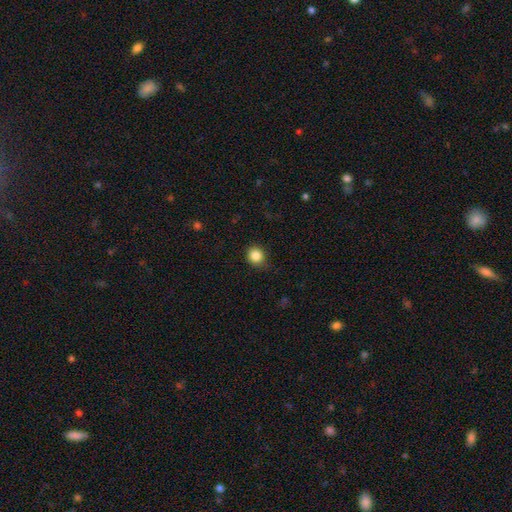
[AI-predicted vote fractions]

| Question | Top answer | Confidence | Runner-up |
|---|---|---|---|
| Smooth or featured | smooth | 85% | star or artifact (11%) |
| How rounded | round | 85% | in between (14%) |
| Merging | none | 82% | minor disturbance (15%) |